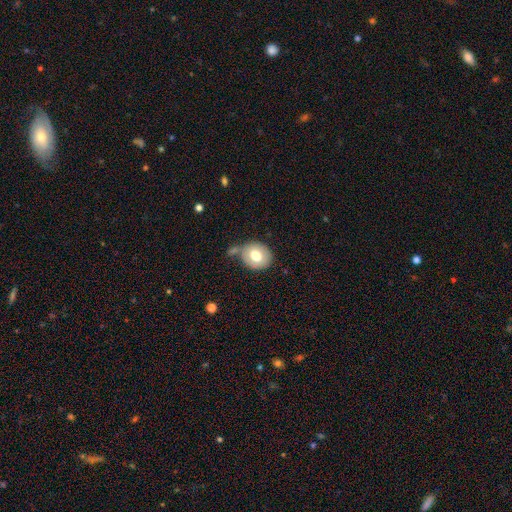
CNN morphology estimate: This is likely a smooth galaxy (73%). How rounded: likely round (69%). Merging: possibly none (55%).